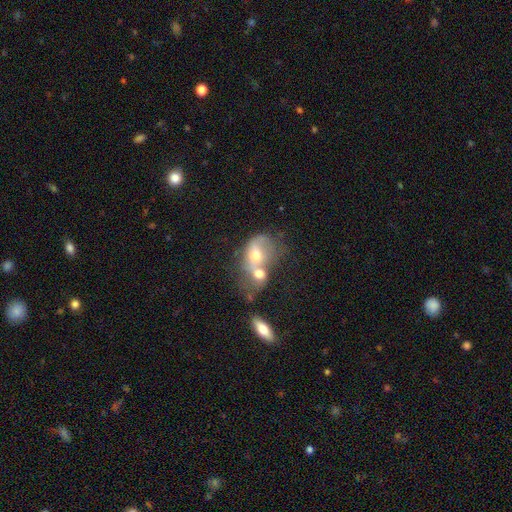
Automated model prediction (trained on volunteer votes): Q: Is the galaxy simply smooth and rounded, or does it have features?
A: smooth — 52%.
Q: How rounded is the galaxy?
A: in between — 63%.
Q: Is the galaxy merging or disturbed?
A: merger — 70%.